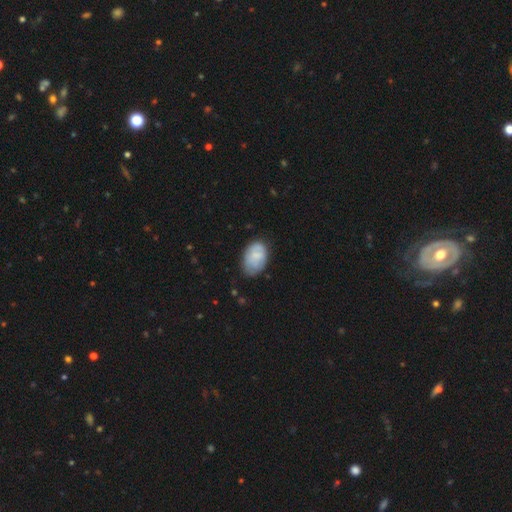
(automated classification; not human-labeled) Smooth or featured: smooth — 72% (featured or disk — 21%)
How rounded: in between — 88% (round — 11%)
Merging: none — 65% (minor disturbance — 27%)